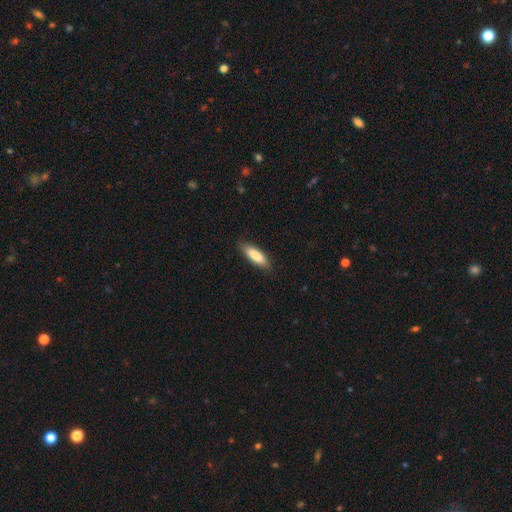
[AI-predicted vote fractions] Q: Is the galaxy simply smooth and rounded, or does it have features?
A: smooth — 84%.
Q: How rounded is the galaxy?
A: cigar-shaped — 53%.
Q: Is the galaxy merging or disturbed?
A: none — 85%.